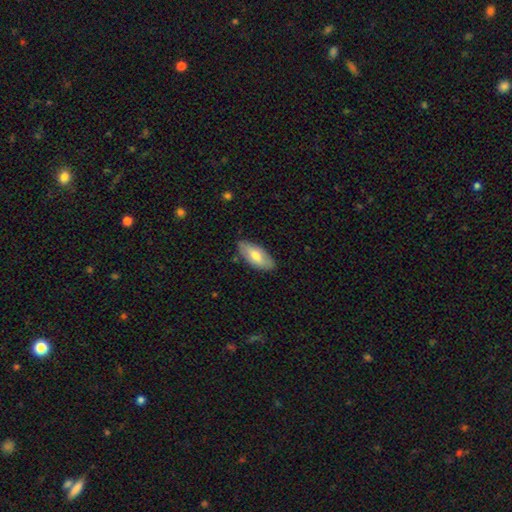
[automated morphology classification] A smooth galaxy with no disk features (71%) that is in between round and cigar-shaped (89%). Merging: none (81%).